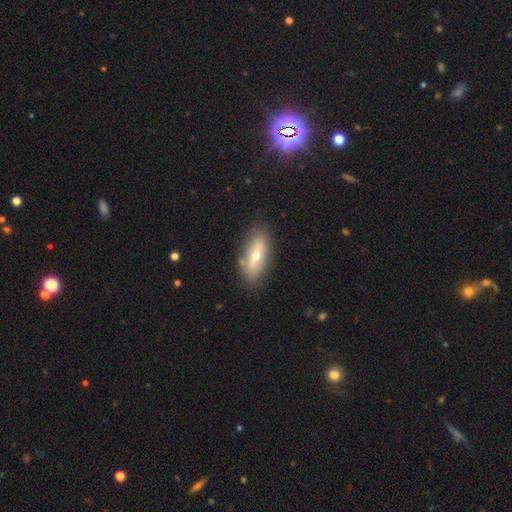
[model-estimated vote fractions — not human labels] The model was most divided on "smooth or featured": smooth: 50%, featured or disk: 43%, star or artifact: 7%. More confident: merging — none (83%); how rounded — in between (72%).